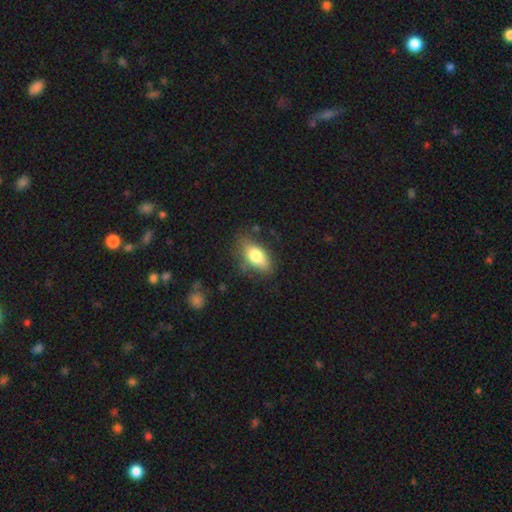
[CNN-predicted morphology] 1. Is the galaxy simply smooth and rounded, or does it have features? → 74% smooth, 19% featured or disk, 7% star or artifact.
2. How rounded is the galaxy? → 85% in between, 9% cigar-shaped, 6% round.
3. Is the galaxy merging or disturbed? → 68% none, 23% minor disturbance, 6% major disturbance, 2% merger.